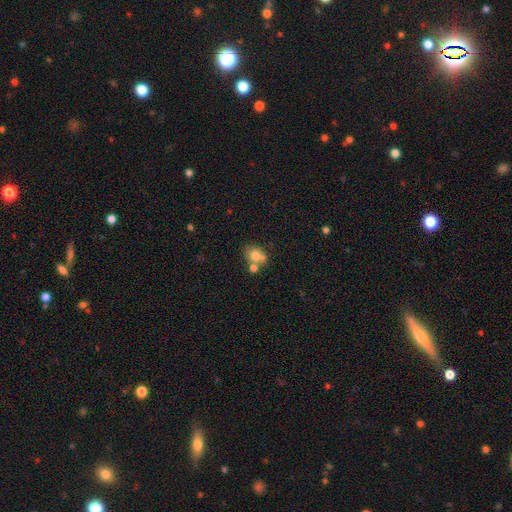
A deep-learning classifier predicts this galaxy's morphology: Smooth or featured? smooth (71%)
How rounded? round (61%)
Merging? none (46%)